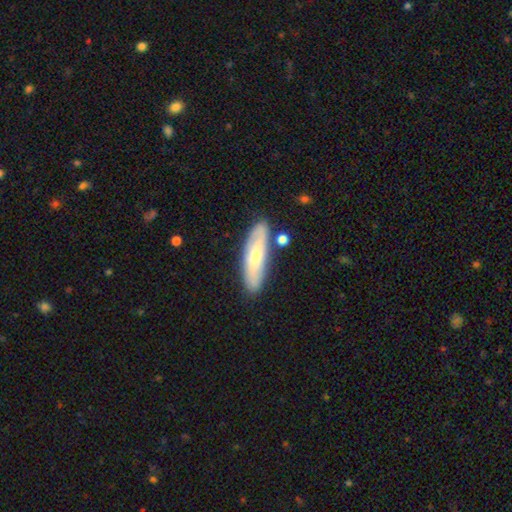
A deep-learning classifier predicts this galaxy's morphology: A smooth galaxy with no disk features (55%) that is cigar-shaped (58%).

Vote fractions:
- Smooth or featured? smooth: 55% / featured or disk: 39% / star or artifact: 6%
- How rounded? cigar-shaped: 58% / in between: 40% / round: 2%
- Merging? none: 80% / minor disturbance: 12% / merger: 5% / major disturbance: 3%